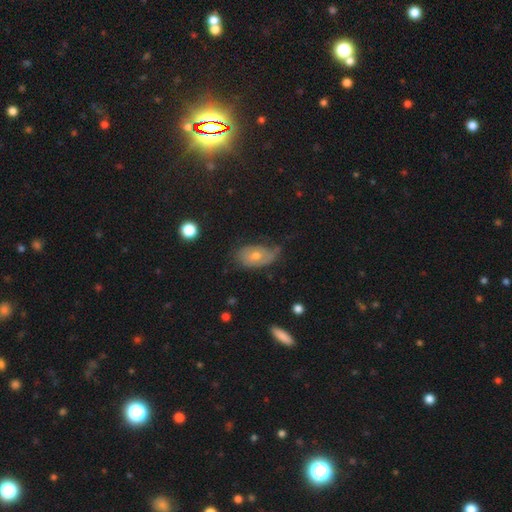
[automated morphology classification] featured or disk 49%, smooth 39%, star or artifact 13%. Down the decision tree: merging — none (48%).